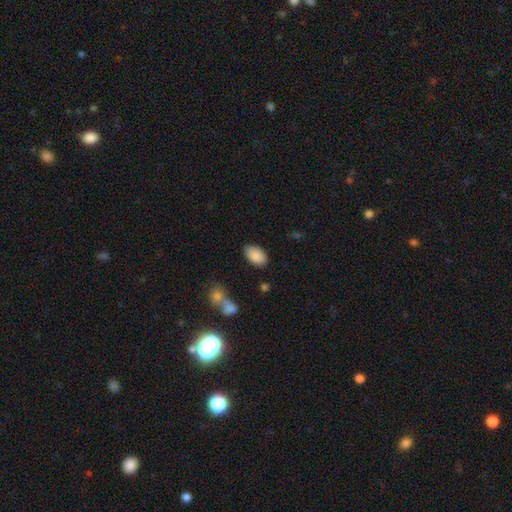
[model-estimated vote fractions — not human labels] smooth 89%, star or artifact 7%, featured or disk 4%. Down the decision tree: how rounded — in between (94%); merging — none (82%).